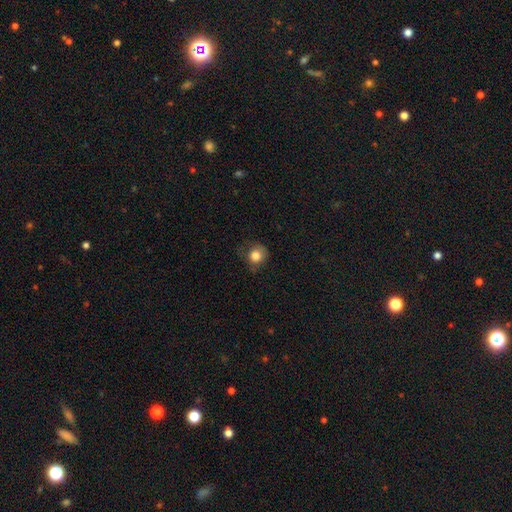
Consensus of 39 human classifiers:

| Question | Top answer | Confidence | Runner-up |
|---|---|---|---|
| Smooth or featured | smooth | 74% | featured or disk (18%) |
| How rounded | round | 76% | in between (24%) |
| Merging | none | 56% | minor disturbance (19%) |